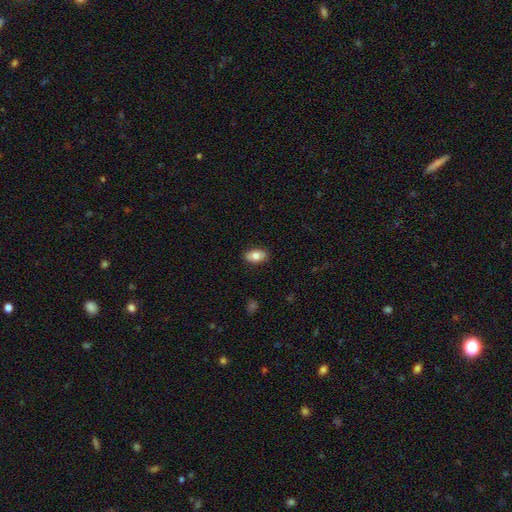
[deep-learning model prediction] smooth_or_featured: smooth (p=0.78) [alt: featured or disk p=0.15]
how_rounded: in between (p=0.91) [alt: round p=0.06]
merging: none (p=0.87) [alt: minor disturbance p=0.10]